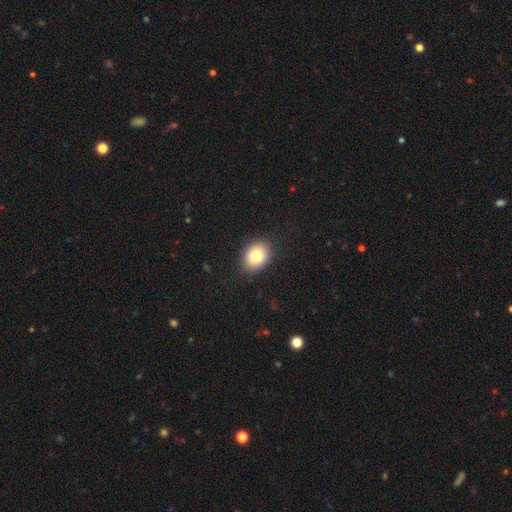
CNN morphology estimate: Q: Smooth or featured?
A: smooth (80%); runner-up: featured or disk (11%)
Q: How rounded?
A: in between (54%); runner-up: round (46%)
Q: Merging?
A: none (89%); runner-up: minor disturbance (8%)